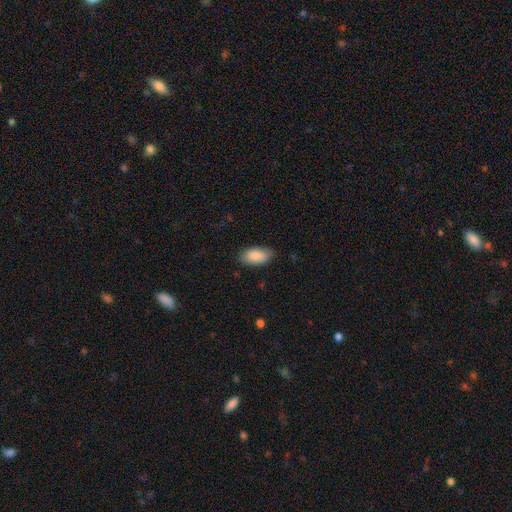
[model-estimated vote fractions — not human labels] This appears to be a smooth galaxy with no disk features (88%) that is in between round and cigar-shaped (94%). Merging: none (82%).